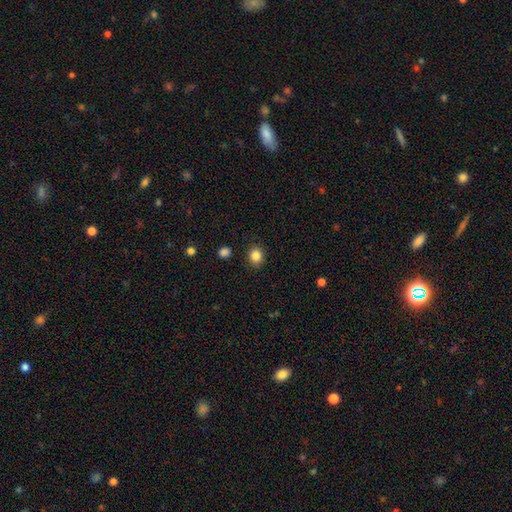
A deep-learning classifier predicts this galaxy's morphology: Smooth or featured?
  - smooth: 85% *
  - star or artifact: 11%
  - featured or disk: 5%
How rounded?
  - round: 73% *
  - in between: 26%
  - cigar-shaped: 1%
Merging?
  - none: 89% *
  - minor disturbance: 7%
  - major disturbance: 2%
  - merger: 1%